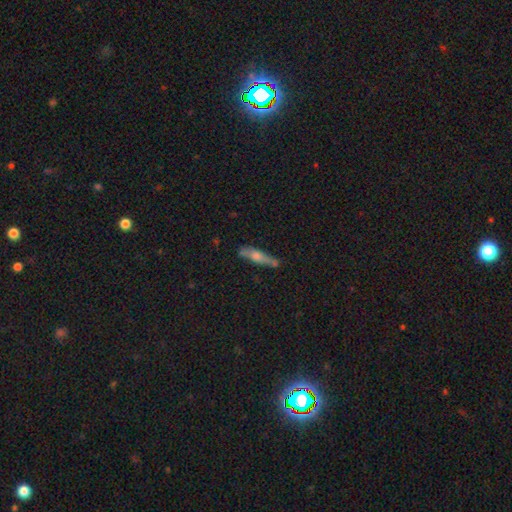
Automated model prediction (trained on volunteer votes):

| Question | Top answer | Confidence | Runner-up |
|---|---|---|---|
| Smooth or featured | featured or disk | 49% | smooth (31%) |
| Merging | none | 79% | minor disturbance (14%) |